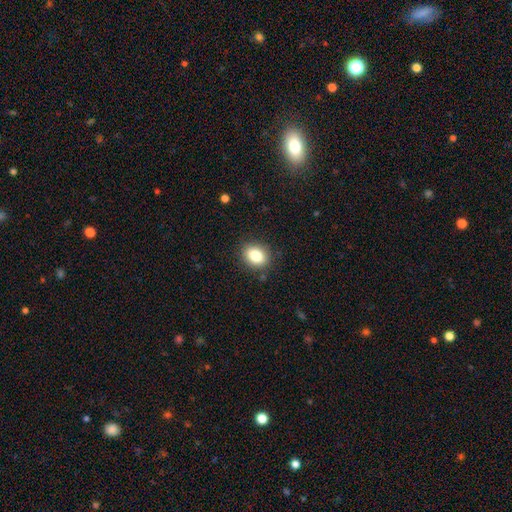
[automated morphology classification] Smooth or featured? smooth (82%)
How rounded? in between (54%)
Merging? none (86%)